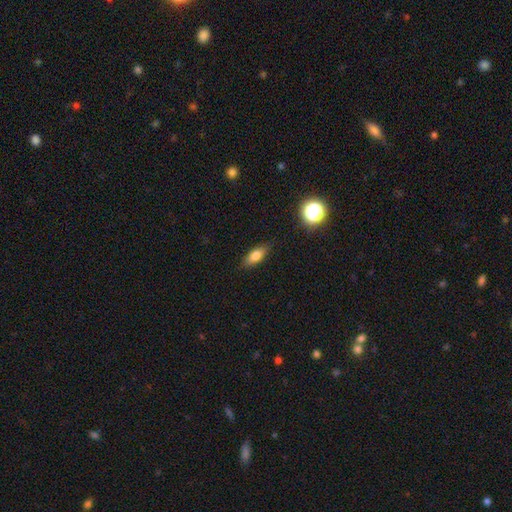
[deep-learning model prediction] A smooth galaxy with no disk features (74%) that is in between round and cigar-shaped (71%). Merging: none (85%).